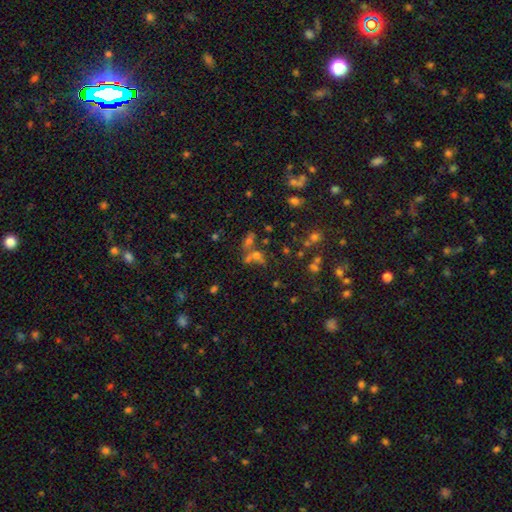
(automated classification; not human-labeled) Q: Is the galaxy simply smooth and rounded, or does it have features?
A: smooth — 42%.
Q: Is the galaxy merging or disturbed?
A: none — 45%.